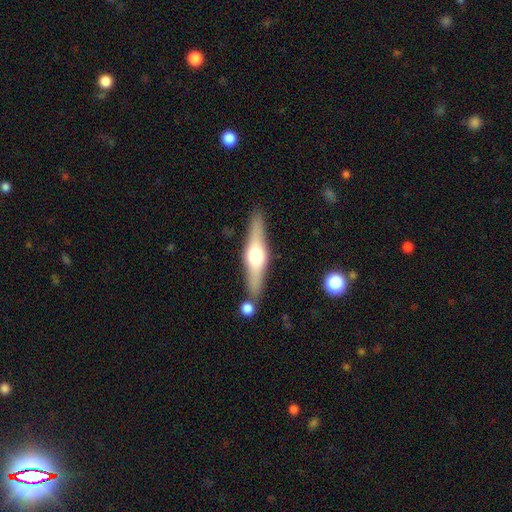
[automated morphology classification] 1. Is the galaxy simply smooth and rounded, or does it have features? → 61% featured or disk, 34% smooth, 5% star or artifact.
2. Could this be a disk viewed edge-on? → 94% yes, 6% no.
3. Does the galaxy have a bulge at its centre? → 93% rounded, 4% boxy, 2% none.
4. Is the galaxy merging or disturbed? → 79% none, 10% minor disturbance, 8% merger, 3% major disturbance.